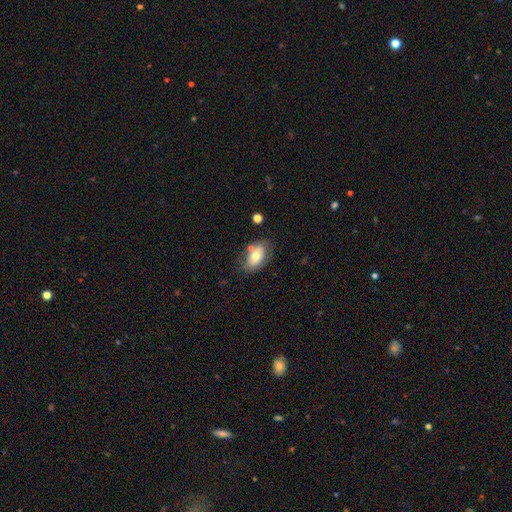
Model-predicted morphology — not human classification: Smooth or featured: smooth — 63% (featured or disk — 29%)
How rounded: in between — 89% (round — 9%)
Merging: none — 63% (minor disturbance — 19%)